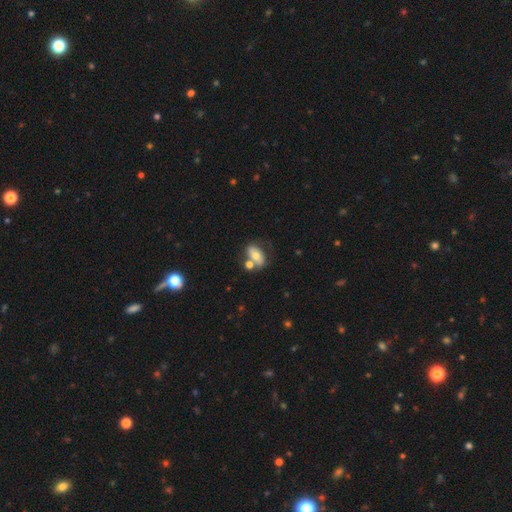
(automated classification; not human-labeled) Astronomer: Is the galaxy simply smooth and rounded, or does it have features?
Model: smooth — 60%.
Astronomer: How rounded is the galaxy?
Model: in between — 86%.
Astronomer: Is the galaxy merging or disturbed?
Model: none — 43% (runner-up: merger, 35%).